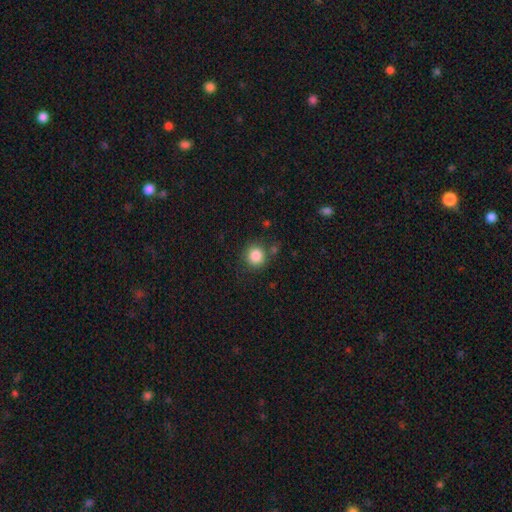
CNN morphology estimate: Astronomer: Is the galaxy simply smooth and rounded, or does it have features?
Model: smooth — 86%.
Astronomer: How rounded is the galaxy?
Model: round — 90%.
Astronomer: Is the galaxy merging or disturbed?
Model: none — 82%.